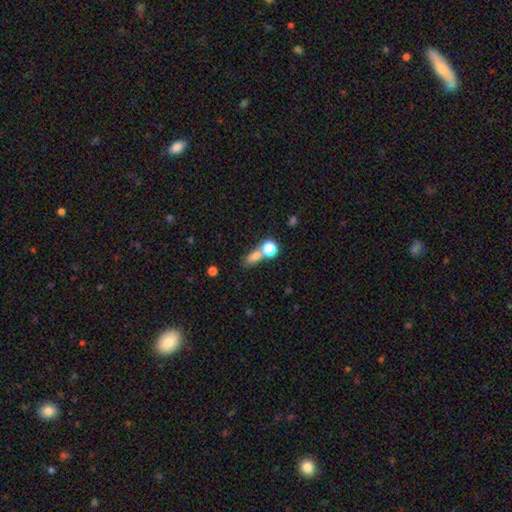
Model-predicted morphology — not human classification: This appears to be a smooth galaxy with no disk features (73%) that is in between round and cigar-shaped (63%). Merging: none (46%).